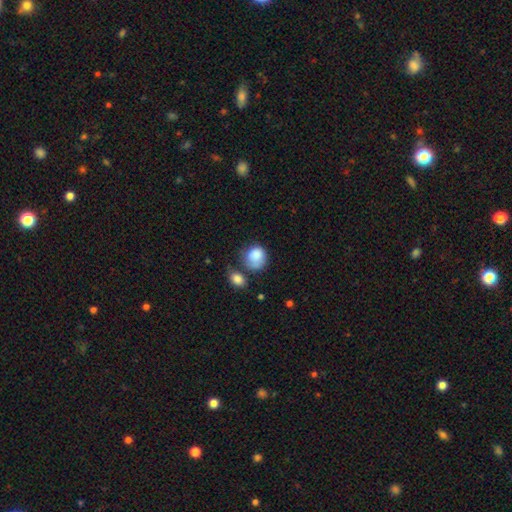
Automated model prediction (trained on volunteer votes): Q: Smooth or featured?
A: smooth (83%); runner-up: featured or disk (10%)
Q: How rounded?
A: round (74%); runner-up: in between (25%)
Q: Merging?
A: none (39%); runner-up: minor disturbance (28%)